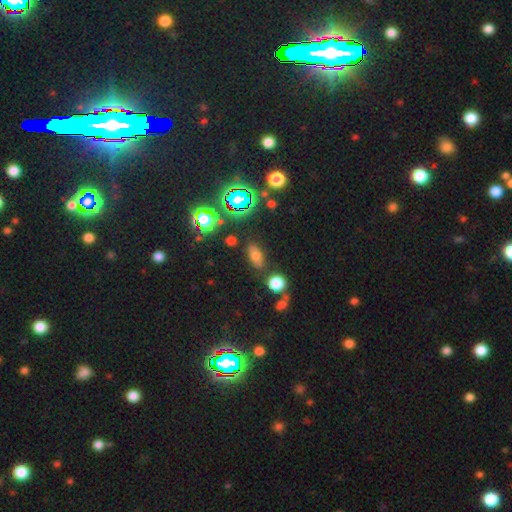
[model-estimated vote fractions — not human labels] Smooth or featured? smooth (63%)
How rounded? in between (80%)
Merging? none (76%)